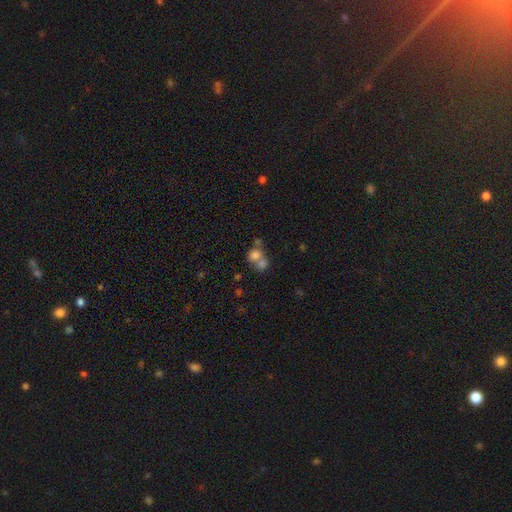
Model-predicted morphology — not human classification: Overall: smooth (69%). How rounded: round (61%; in between 38%). Merging: merger (58%; none 30%).